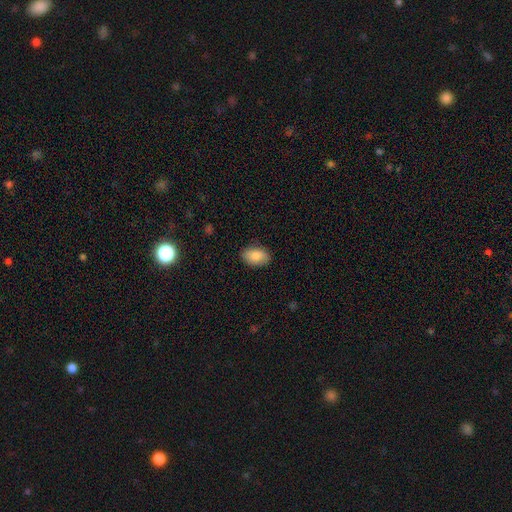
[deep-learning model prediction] A smooth galaxy with no disk features (84%) that is in between round and cigar-shaped (90%).

Vote fractions:
- Smooth or featured? smooth: 84% / featured or disk: 9% / star or artifact: 7%
- How rounded? in between: 90% / round: 9% / cigar-shaped: 2%
- Merging? none: 85% / minor disturbance: 11% / major disturbance: 3% / merger: 1%